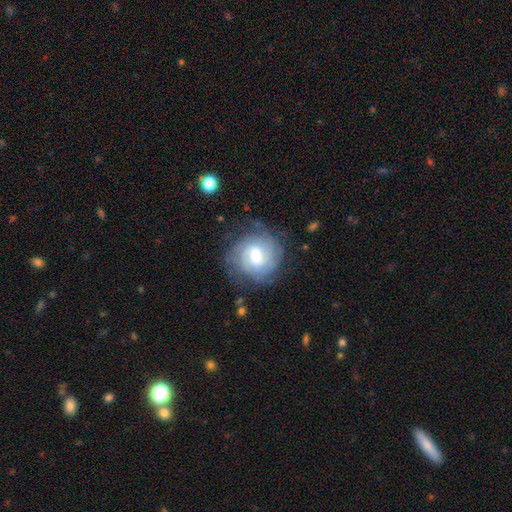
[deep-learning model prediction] Morphology: type=featured or disk (73%); edge-on=no (97%); bar=weak (49%); spiral arms=yes (91%); winding=tight (66%); arm count=can't tell (42%); bulge=moderate (58%); merging=none (71%).